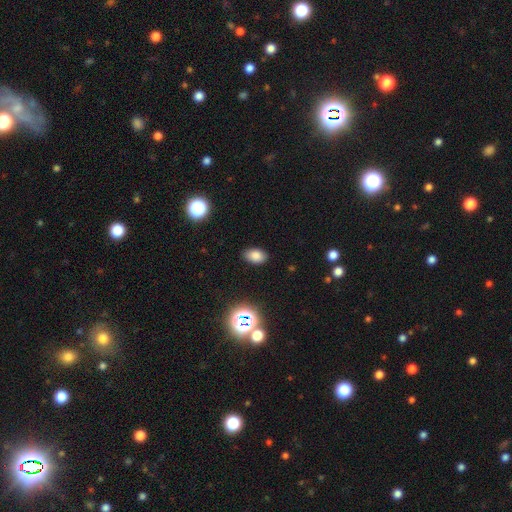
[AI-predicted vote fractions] Smooth or featured?
  - smooth: 80% *
  - star or artifact: 14%
  - featured or disk: 6%
How rounded?
  - in between: 88% *
  - round: 11%
  - cigar-shaped: 1%
Merging?
  - none: 86% *
  - minor disturbance: 10%
  - major disturbance: 3%
  - merger: 1%